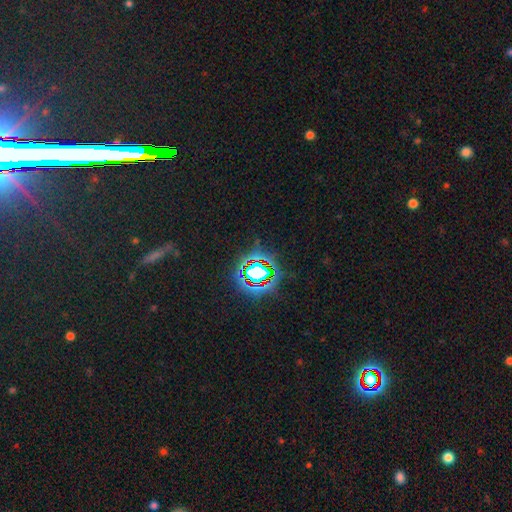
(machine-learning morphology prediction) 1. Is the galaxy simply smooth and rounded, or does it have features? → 80% star or artifact, 11% smooth, 9% featured or disk.